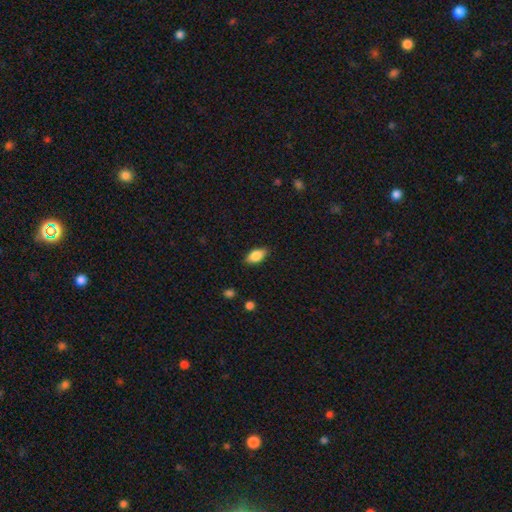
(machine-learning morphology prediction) smooth 83%, featured or disk 10%, star or artifact 7%. Down the decision tree: how rounded — in between (90%); merging — none (85%).